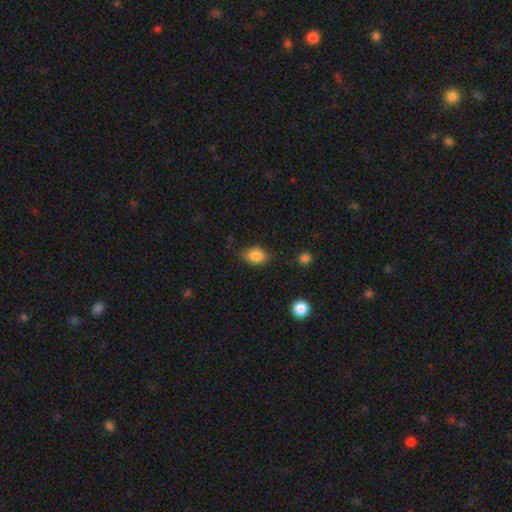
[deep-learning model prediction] Smooth or featured: smooth — 86% (star or artifact — 9%)
How rounded: in between — 79% (round — 20%)
Merging: none — 74% (minor disturbance — 19%)